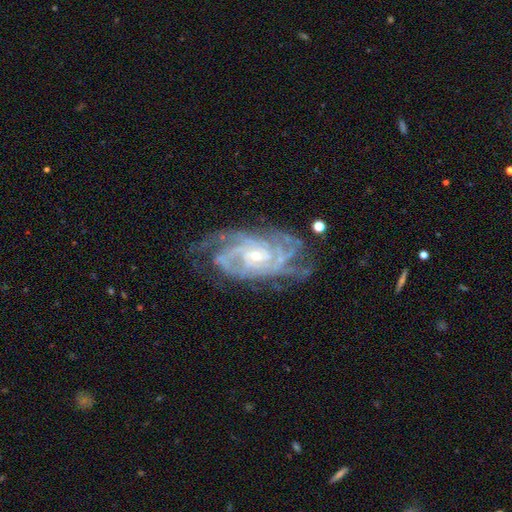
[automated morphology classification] type=featured or disk (89%); edge-on=no (96%); bar=no (54%); spiral arms=yes (97%); winding=tight (64%); arm count=can't tell (28%); bulge=small (67%); merging=none (64%).